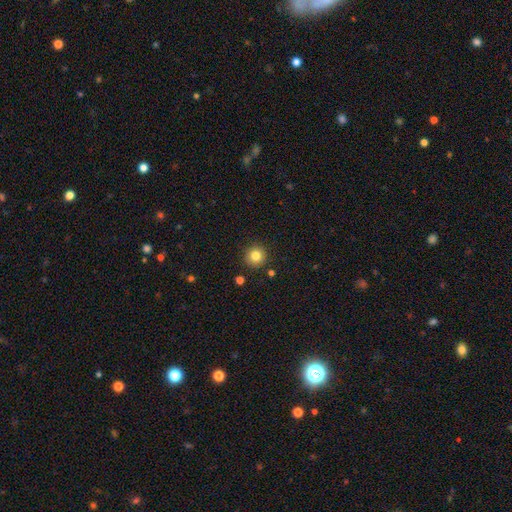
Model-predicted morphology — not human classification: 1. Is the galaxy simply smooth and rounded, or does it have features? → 82% smooth, 11% star or artifact, 7% featured or disk.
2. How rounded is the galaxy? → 94% round, 5% in between, 1% cigar-shaped.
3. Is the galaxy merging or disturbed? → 89% none, 7% minor disturbance, 2% merger, 2% major disturbance.